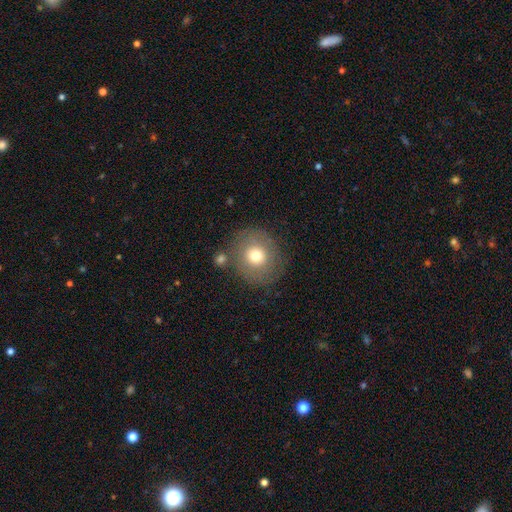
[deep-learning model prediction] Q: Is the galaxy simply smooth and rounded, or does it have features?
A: smooth — 70%.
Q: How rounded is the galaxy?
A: round — 87%.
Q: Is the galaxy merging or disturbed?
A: none — 77%.